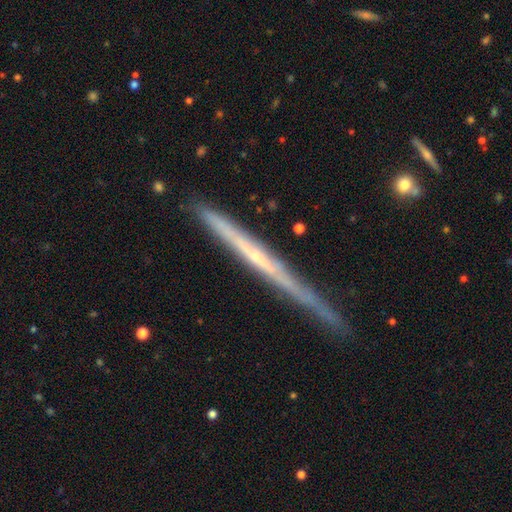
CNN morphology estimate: Q: Smooth or featured?
A: featured or disk (75%); runner-up: smooth (19%)
Q: Edge-on disk?
A: yes (97%); runner-up: no (3%)
Q: Edge-on bulge?
A: none (72%); runner-up: rounded (24%)
Q: Merging?
A: none (78%); runner-up: minor disturbance (18%)